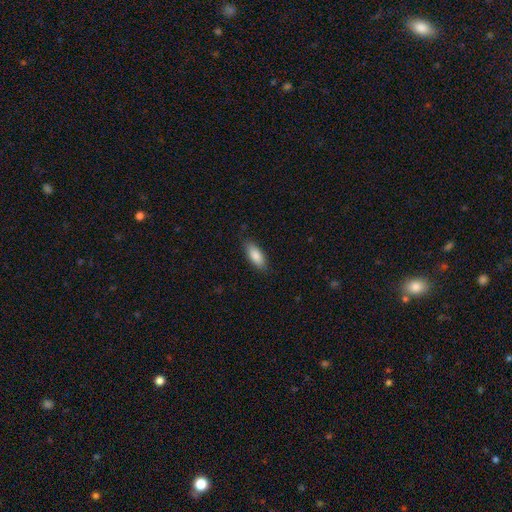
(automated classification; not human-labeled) Overall: smooth (86%). How rounded: in between (81%). Merging: none (84%).